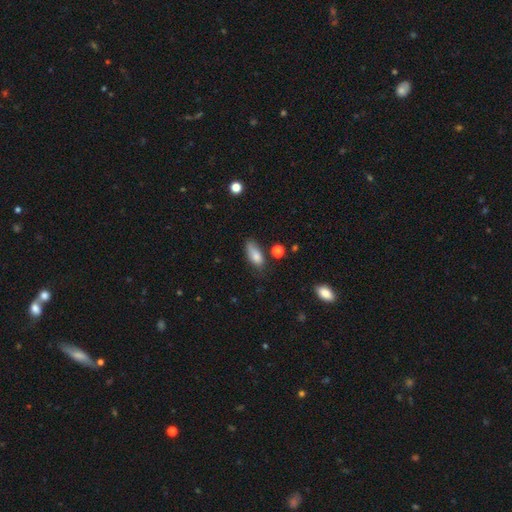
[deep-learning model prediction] The model was most divided on "merging": none: 52%, minor disturbance: 33%, major disturbance: 11%, merger: 5%. More confident: how rounded — in between (83%); smooth or featured — smooth (80%).